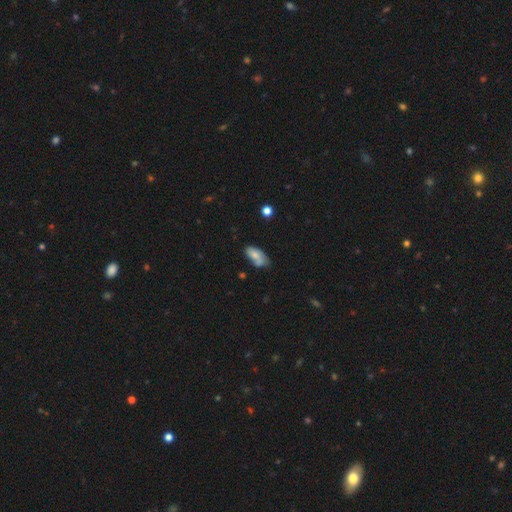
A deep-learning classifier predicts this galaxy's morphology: Q: Smooth or featured?
A: smooth (67%); runner-up: featured or disk (25%)
Q: How rounded?
A: in between (90%); runner-up: cigar-shaped (6%)
Q: Merging?
A: none (48%); runner-up: minor disturbance (33%)